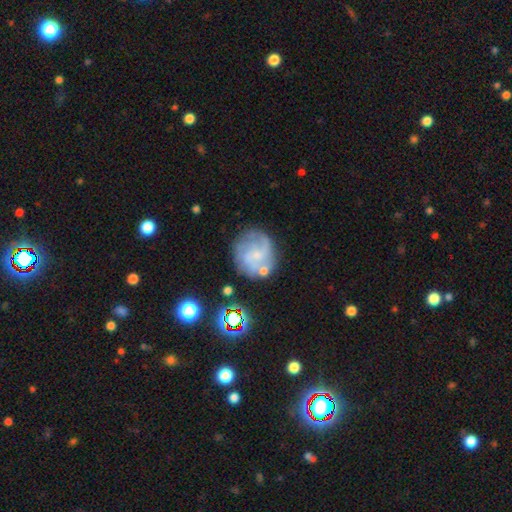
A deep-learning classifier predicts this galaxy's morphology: A featured or disk galaxy (63%) with no bar (66%), spiral arms (76%) and a small central bulge (51%).

Vote fractions:
- Smooth or featured? featured or disk: 63% / smooth: 27% / star or artifact: 10%
- Edge-on disk? no: 98% / yes: 2%
- Bar? no: 66% / weak: 29% / strong: 5%
- Spiral arms? yes: 76% / no: 24%
- Bulge size? small: 51% / none: 27% / moderate: 18% / large: 2% / dominant: 1%
- Merging? none: 59% / minor disturbance: 20% / major disturbance: 13% / merger: 8%